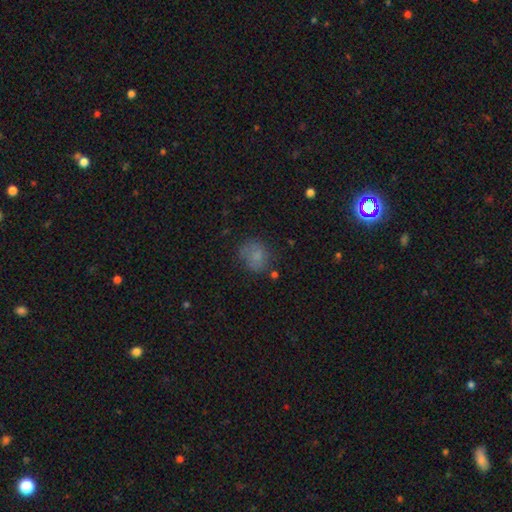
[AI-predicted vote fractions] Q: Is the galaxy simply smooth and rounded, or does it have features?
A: smooth — 73%.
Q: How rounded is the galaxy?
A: round — 69%.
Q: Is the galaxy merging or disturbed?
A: none — 63%.